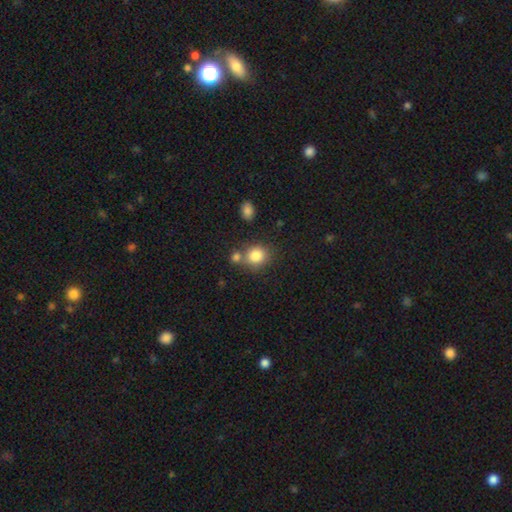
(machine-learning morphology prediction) Q: Smooth or featured?
A: smooth (83%); runner-up: star or artifact (10%)
Q: How rounded?
A: round (77%); runner-up: in between (22%)
Q: Merging?
A: none (61%); runner-up: merger (24%)